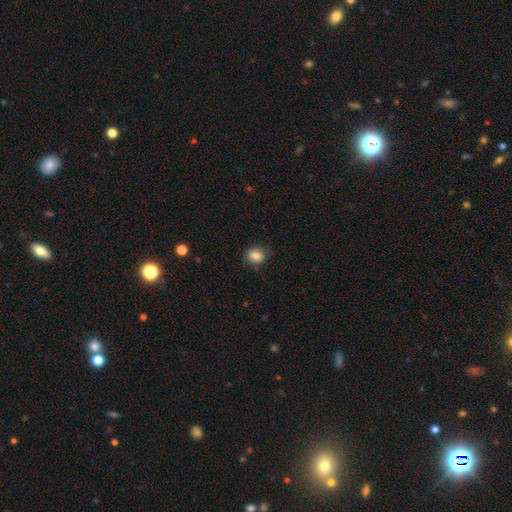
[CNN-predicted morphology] smooth 83%, star or artifact 9%, featured or disk 8%. Down the decision tree: how rounded — round (50%); merging — none (78%).